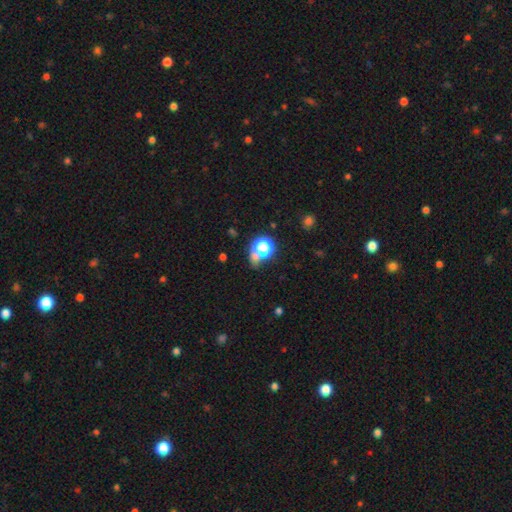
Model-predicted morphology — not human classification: The model was most divided on "smooth or featured": smooth: 55%, star or artifact: 36%, featured or disk: 9%. More confident: how rounded — round (73%); merging — none (55%).